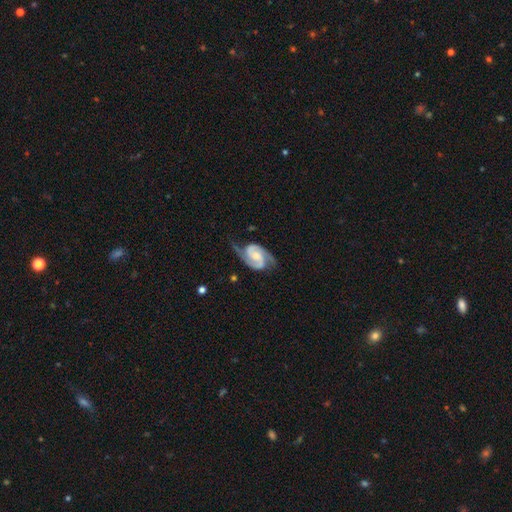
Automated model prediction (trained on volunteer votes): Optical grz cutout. It shows a featured or disk galaxy (90%) with no bar (46%), 2 (93%) medium (52%) spiral arms (98%) and a moderate central bulge (39%). Merging: none (67%).